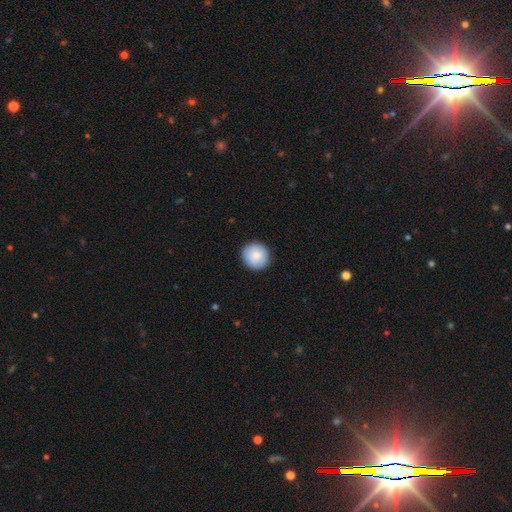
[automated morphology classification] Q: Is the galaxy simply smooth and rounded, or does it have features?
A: smooth — 83%.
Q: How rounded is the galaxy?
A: round — 94%.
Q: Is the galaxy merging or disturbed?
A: none — 90%.